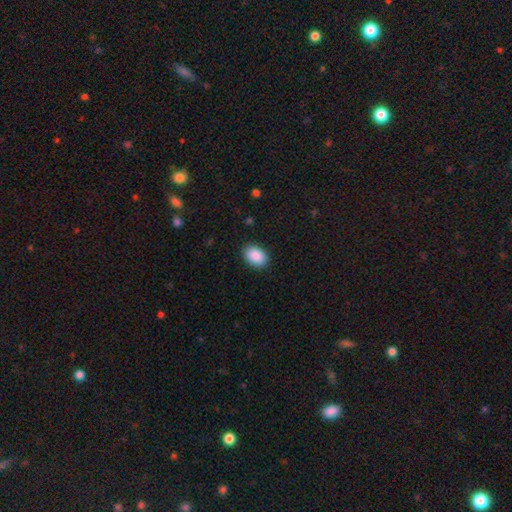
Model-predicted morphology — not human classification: type=smooth (90%); roundness=in between (84%); merging=none (88%).